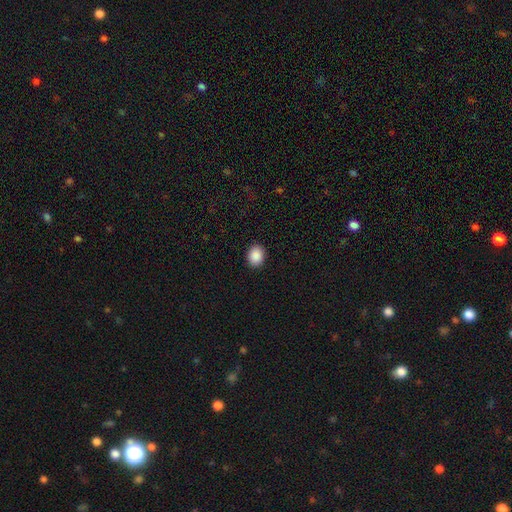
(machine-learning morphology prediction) The model was most divided on "how rounded": in between: 53%, round: 47%, cigar-shaped: 1%. More confident: merging — none (91%); smooth or featured — smooth (90%).